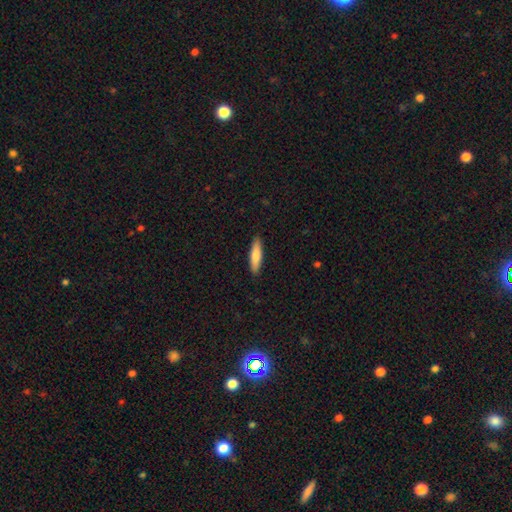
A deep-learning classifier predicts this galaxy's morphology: smooth_or_featured: smooth (p=0.80) [alt: featured or disk p=0.15]
how_rounded: cigar-shaped (p=0.73) [alt: in between p=0.25]
merging: none (p=0.90) [alt: minor disturbance p=0.07]